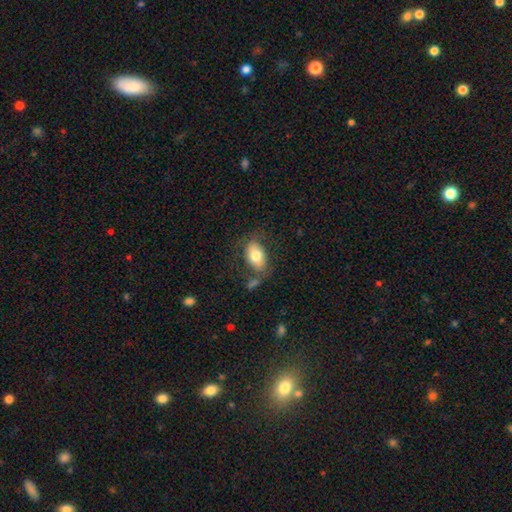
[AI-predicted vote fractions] Smooth or featured? Predicted: smooth (p=0.76). How rounded? Predicted: in between (p=0.88). Merging? Predicted: none (p=0.63).